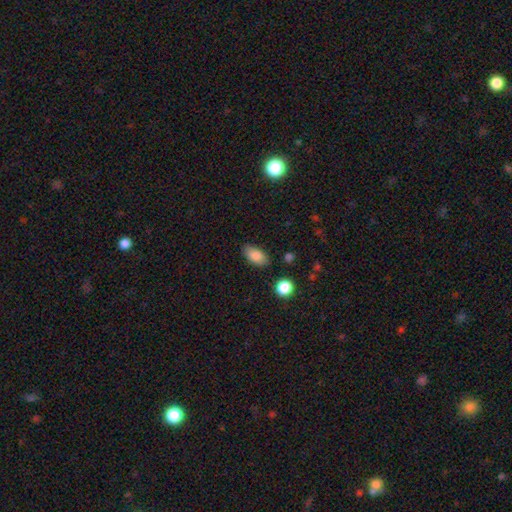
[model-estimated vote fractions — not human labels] Q: Smooth or featured?
A: smooth (85%); runner-up: star or artifact (8%)
Q: How rounded?
A: in between (91%); runner-up: round (5%)
Q: Merging?
A: none (81%); runner-up: minor disturbance (14%)